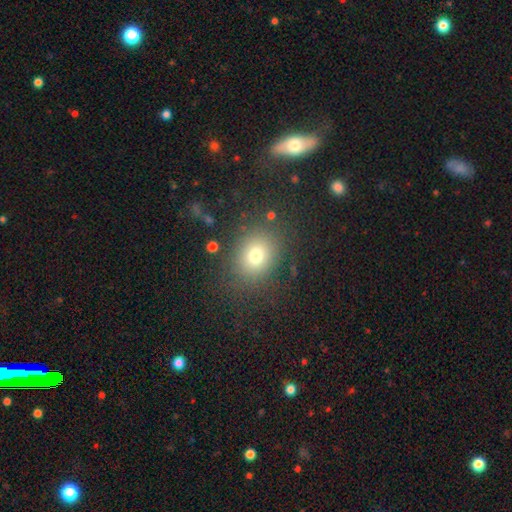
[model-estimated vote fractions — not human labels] A smooth galaxy with no disk features (73%) that is round (58%).

Vote fractions:
- Smooth or featured? smooth: 73% / star or artifact: 16% / featured or disk: 11%
- How rounded? round: 58% / in between: 41% / cigar-shaped: 1%
- Merging? none: 83% / minor disturbance: 10% / major disturbance: 5% / merger: 2%